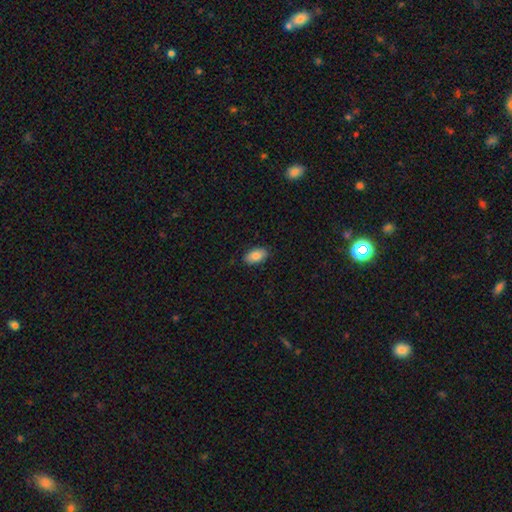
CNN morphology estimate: Smooth or featured? Predicted: smooth (p=0.87). How rounded? Predicted: in between (p=0.94). Merging? Predicted: none (p=0.87).